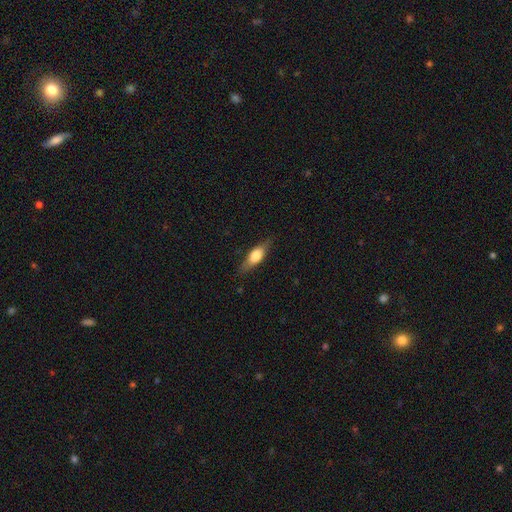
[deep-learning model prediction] Q: Smooth or featured?
A: smooth (55%); runner-up: featured or disk (38%)
Q: How rounded?
A: in between (59%); runner-up: cigar-shaped (36%)
Q: Merging?
A: none (81%); runner-up: minor disturbance (14%)